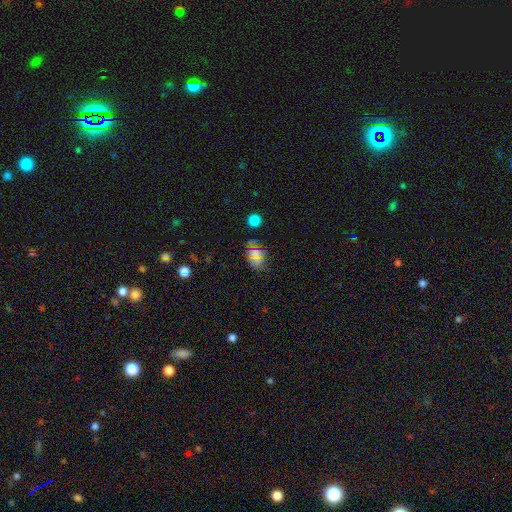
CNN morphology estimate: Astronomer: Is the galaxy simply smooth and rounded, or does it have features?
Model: smooth — 56% (runner-up: star or artifact, 34%).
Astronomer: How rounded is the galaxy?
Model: round — 53% (runner-up: in between, 45%).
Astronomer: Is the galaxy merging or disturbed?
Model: none — 73%.